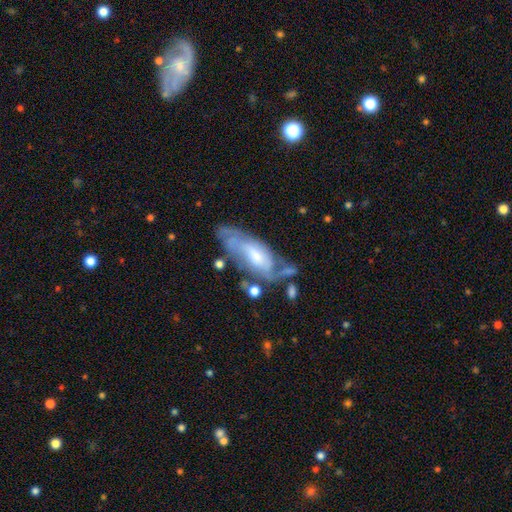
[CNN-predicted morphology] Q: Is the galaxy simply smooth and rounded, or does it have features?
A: featured or disk — 71%.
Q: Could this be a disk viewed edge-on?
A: no — 84%.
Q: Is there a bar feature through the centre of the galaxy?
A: no — 52%.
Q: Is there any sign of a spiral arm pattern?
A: yes — 82%.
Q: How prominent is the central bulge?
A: moderate — 44%.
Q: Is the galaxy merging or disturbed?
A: none — 48%.